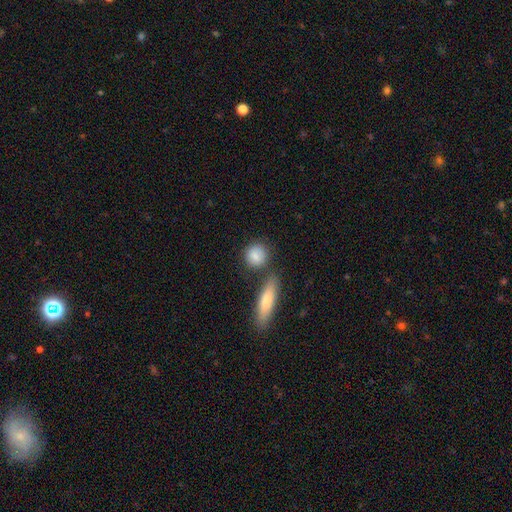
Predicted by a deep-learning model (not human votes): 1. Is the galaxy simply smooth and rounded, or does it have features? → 85% smooth, 9% featured or disk, 7% star or artifact.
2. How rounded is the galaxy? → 72% round, 23% in between, 5% cigar-shaped.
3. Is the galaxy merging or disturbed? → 72% none, 12% merger, 12% minor disturbance, 4% major disturbance.